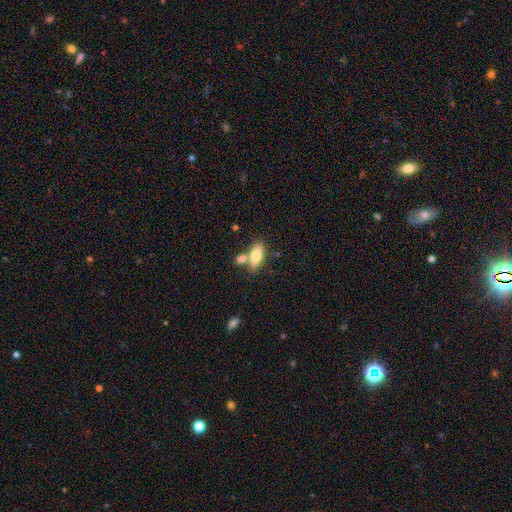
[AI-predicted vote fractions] Smooth or featured? Predicted: smooth (p=0.77). How rounded? Predicted: in between (p=0.80). Merging? Predicted: none (p=0.56).